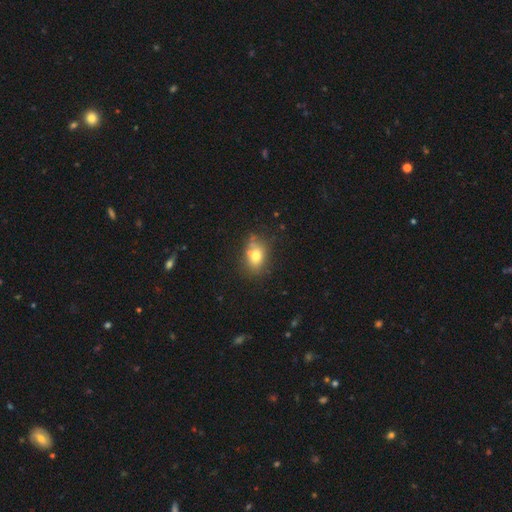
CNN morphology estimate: The model was most divided on "how rounded": in between: 70%, round: 29%, cigar-shaped: 2%. More confident: smooth or featured — smooth (73%); merging — none (66%).